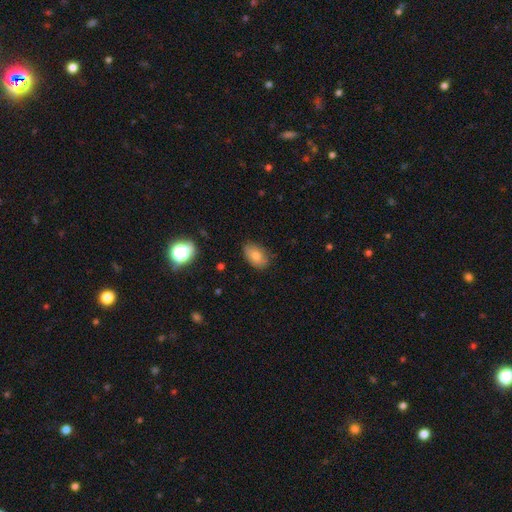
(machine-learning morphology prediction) Q: Smooth or featured?
A: smooth (78%); runner-up: featured or disk (12%)
Q: How rounded?
A: in between (90%); runner-up: round (8%)
Q: Merging?
A: none (80%); runner-up: minor disturbance (16%)